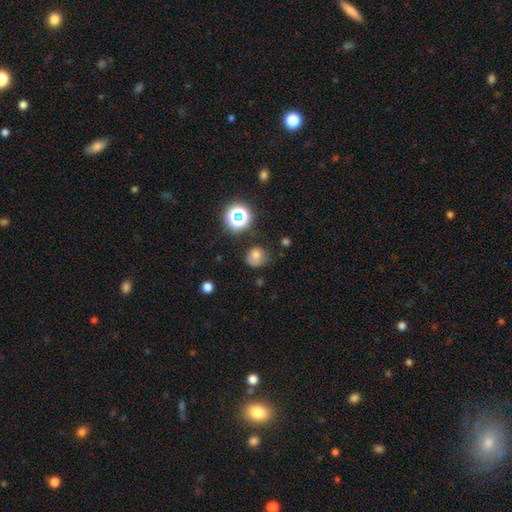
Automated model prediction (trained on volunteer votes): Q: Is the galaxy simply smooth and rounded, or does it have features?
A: smooth — 72%.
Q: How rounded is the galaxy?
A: round — 77%.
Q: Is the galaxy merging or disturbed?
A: none — 58%.